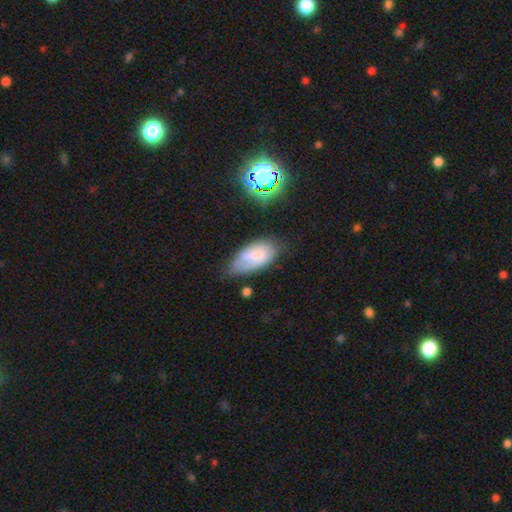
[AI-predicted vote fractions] Smooth or featured? Predicted: smooth (p=0.67). How rounded? Predicted: in between (p=0.92). Merging? Predicted: none (p=0.54).